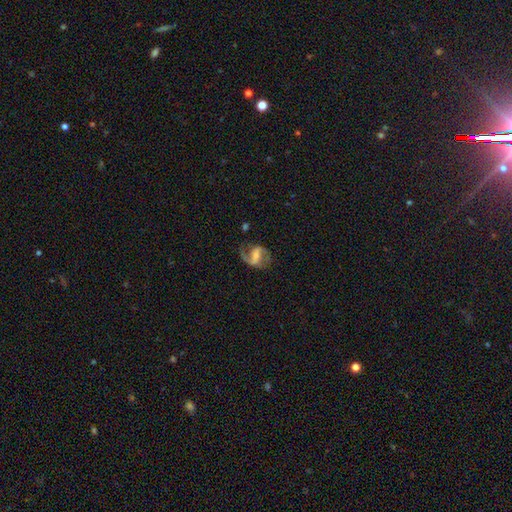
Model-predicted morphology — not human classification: Overall: featured or disk (82%). Edge-on disk: no (98%). Bar: weak (43%; strong 40%). Spiral arms: yes (93%). Spiral arm count: 2 (83%). Spiral winding: medium (46%; loose 42%). Bulge size: small (38%; moderate 31%). Merging: none (63%).